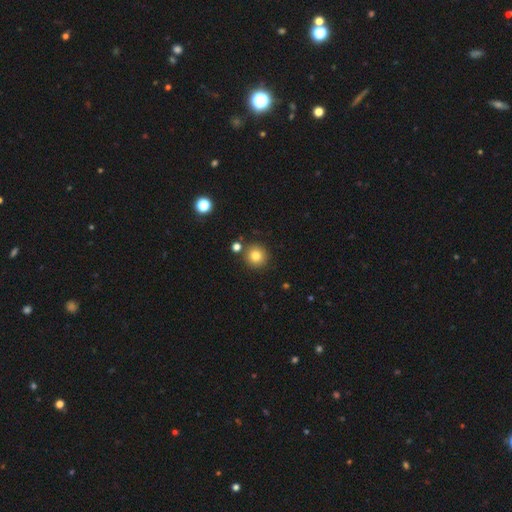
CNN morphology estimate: The model was most divided on "smooth or featured": smooth: 81%, star or artifact: 12%, featured or disk: 7%. More confident: how rounded — round (93%); merging — none (84%).